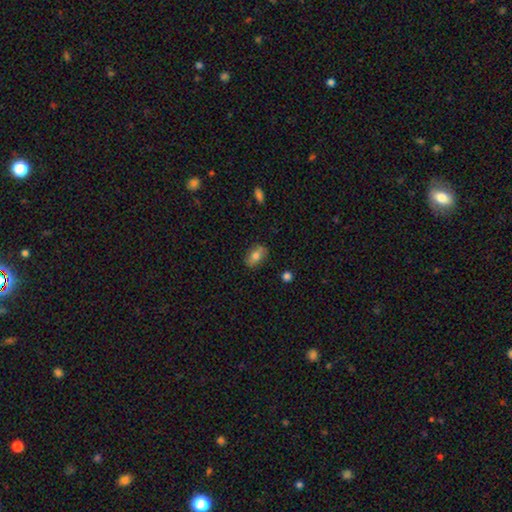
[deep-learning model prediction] This appears to be a smooth galaxy with no disk features (72%) that is in between round and cigar-shaped (86%). Merging: none (82%).